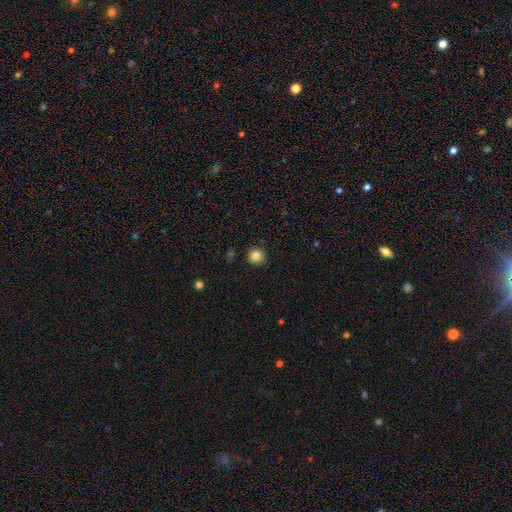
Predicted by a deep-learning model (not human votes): Morphology: type=smooth (84%); roundness=round (92%); merging=none (90%).